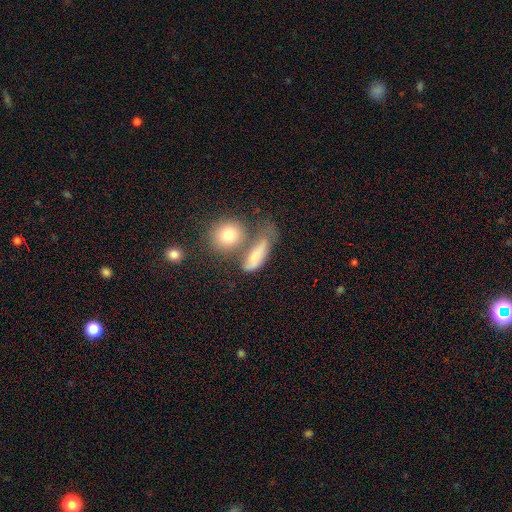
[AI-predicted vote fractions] Smooth or featured? Predicted: smooth (p=0.72). How rounded? Predicted: in between (p=0.56). Merging? Predicted: none (p=0.34).